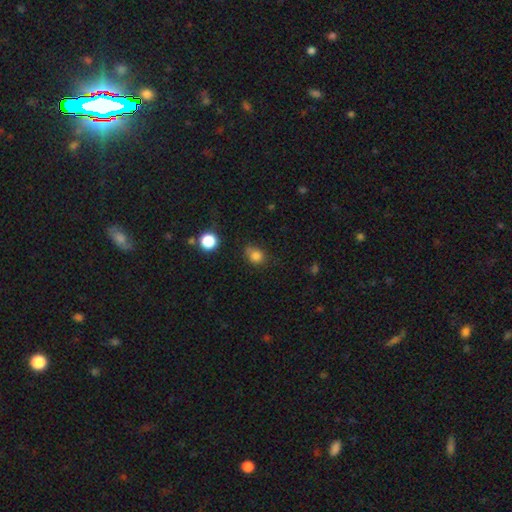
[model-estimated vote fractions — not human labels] A smooth galaxy with no disk features (80%) that is round (72%). Merging: none (63%).